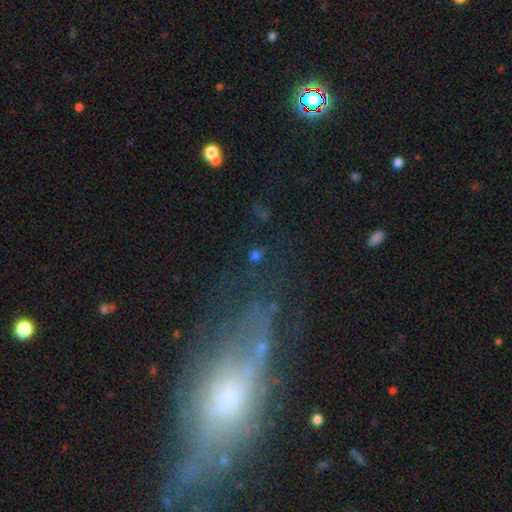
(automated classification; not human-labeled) This appears to be a smooth galaxy with no disk features (46%). Merging: none (64%).